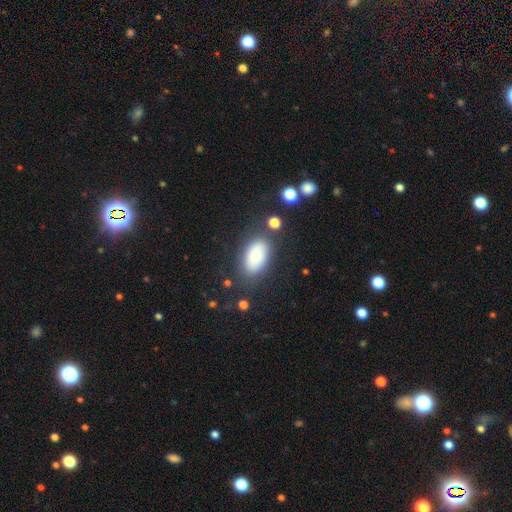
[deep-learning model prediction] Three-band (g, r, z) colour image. It shows a smooth galaxy with no disk features (81%) that is in between round and cigar-shaped (92%). Merging: none (76%).